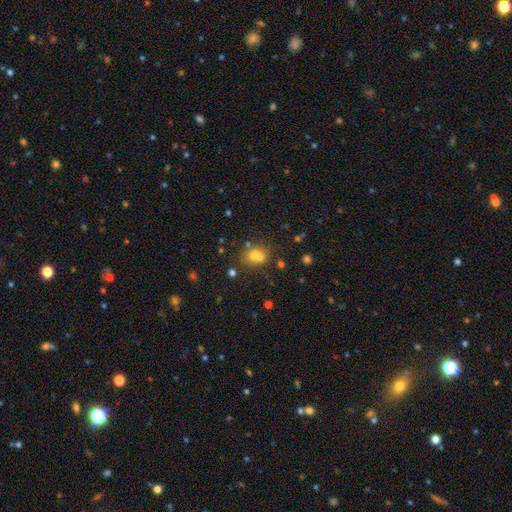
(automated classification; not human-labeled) smooth-or-featured: smooth: 63% | star or artifact: 19% | featured or disk: 18%
  how-rounded: round: 66% | in between: 32% | cigar-shaped: 1%
  merging: none: 43% | merger: 42% | minor disturbance: 10% | major disturbance: 5%